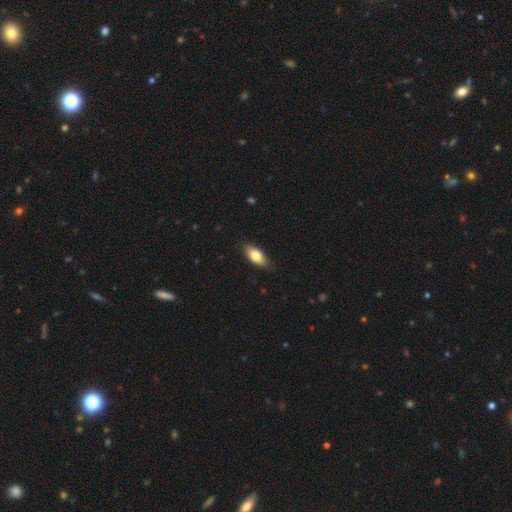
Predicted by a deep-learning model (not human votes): Overall: smooth (77%). How rounded: in between (85%). Merging: none (85%).